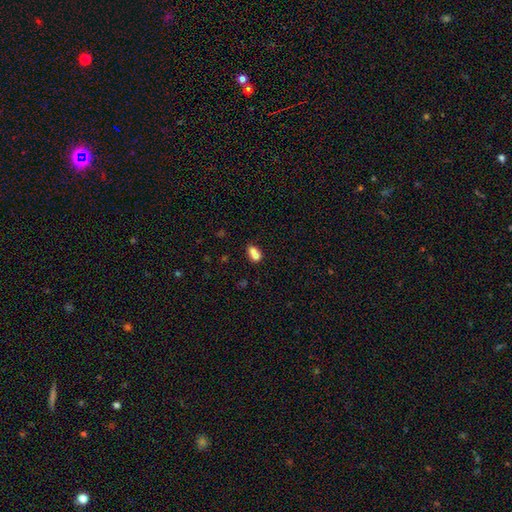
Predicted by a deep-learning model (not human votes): Smooth or featured: smooth — 75% (featured or disk — 14%)
How rounded: in between — 68% (round — 29%)
Merging: merger — 52% (none — 32%)